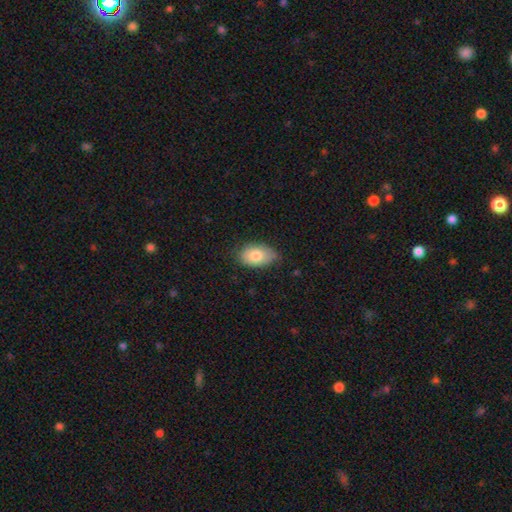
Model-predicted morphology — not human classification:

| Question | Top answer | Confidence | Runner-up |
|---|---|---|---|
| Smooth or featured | smooth | 79% | featured or disk (14%) |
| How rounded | in between | 89% | round (10%) |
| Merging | none | 70% | minor disturbance (25%) |